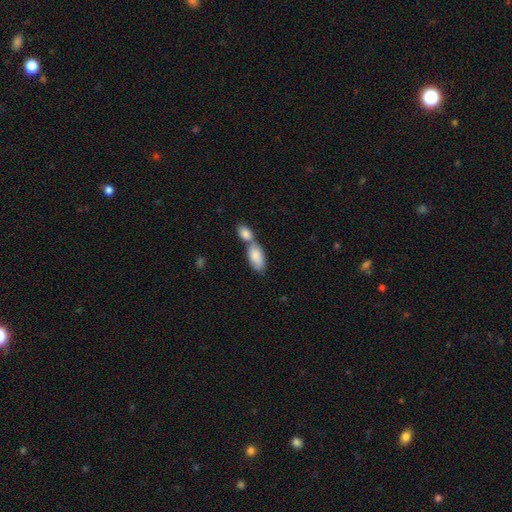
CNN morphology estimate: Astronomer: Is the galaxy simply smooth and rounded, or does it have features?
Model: smooth — 84%.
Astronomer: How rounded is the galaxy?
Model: in between — 91%.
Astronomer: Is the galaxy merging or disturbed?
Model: merger — 62%.